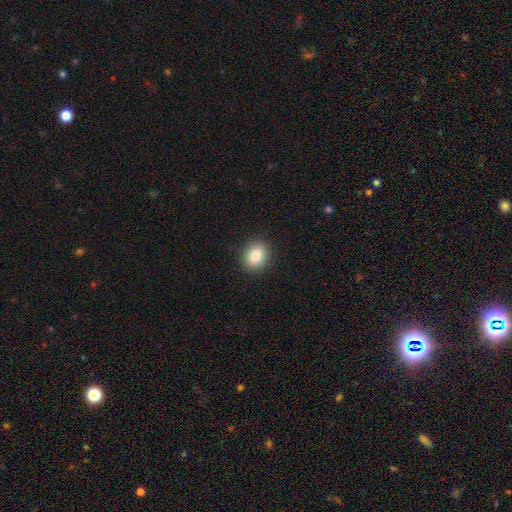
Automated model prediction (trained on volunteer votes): smooth 83%, star or artifact 9%, featured or disk 7%. Down the decision tree: how rounded — round (66%); merging — none (90%).